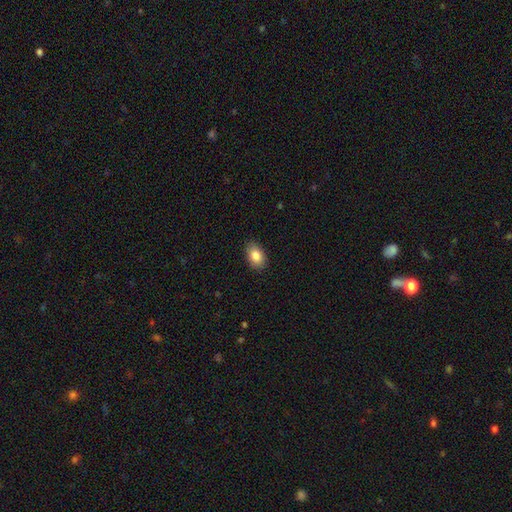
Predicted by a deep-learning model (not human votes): Smooth or featured? Predicted: smooth (p=0.85). How rounded? Predicted: in between (p=0.87). Merging? Predicted: none (p=0.87).